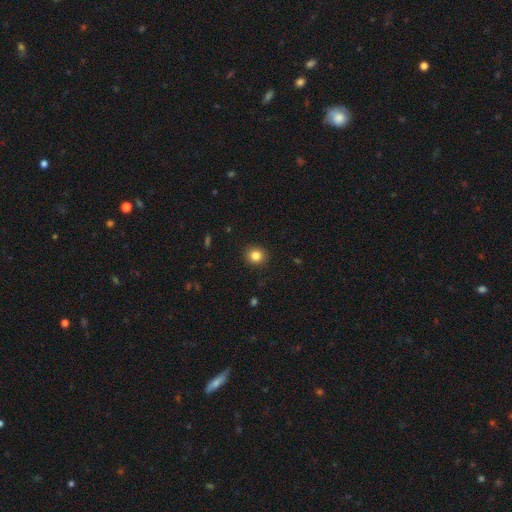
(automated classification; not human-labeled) This is clearly a smooth galaxy (84%). How rounded: clearly round (85%). Merging: clearly none (91%).